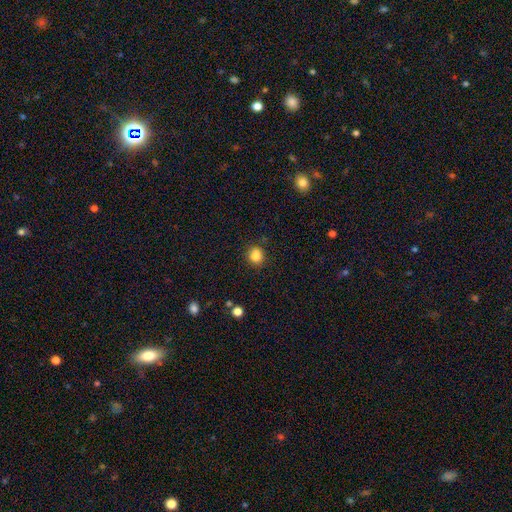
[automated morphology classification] This appears to be a smooth galaxy with no disk features (83%) that is round (81%). Merging: none (75%).